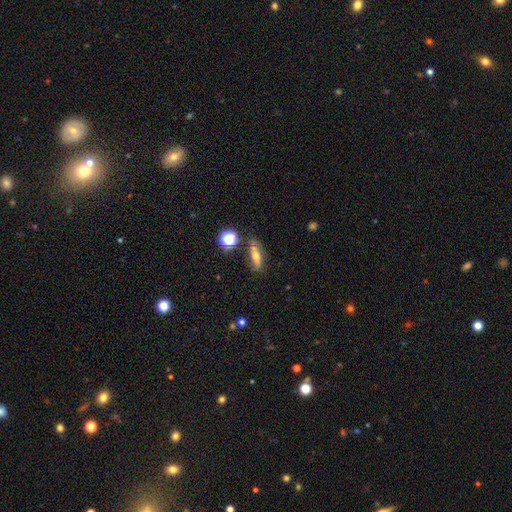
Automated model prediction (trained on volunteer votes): Q: Smooth or featured?
A: smooth (48%); runner-up: featured or disk (41%)
Q: Merging?
A: none (76%); runner-up: minor disturbance (15%)